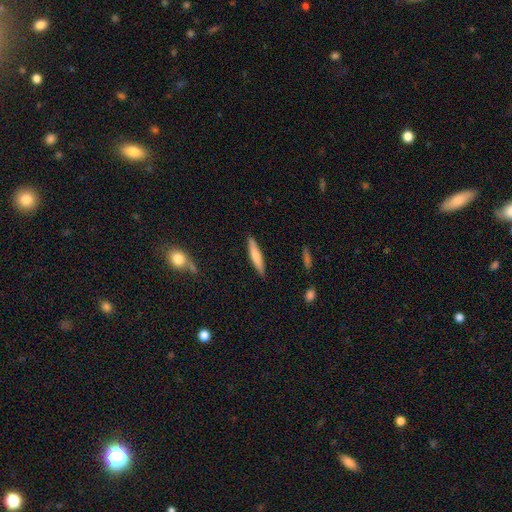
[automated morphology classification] smooth-or-featured: smooth: 66% | featured or disk: 27% | star or artifact: 6%
  how-rounded: cigar-shaped: 88% | in between: 11% | round: 1%
  merging: none: 88% | minor disturbance: 9% | major disturbance: 2% | merger: 1%